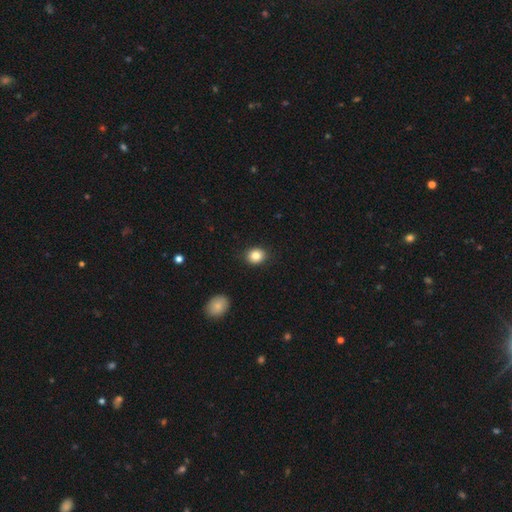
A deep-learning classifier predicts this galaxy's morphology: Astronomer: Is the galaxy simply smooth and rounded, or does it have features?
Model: smooth — 84%.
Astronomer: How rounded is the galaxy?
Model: round — 66%.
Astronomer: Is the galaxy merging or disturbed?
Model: none — 89%.